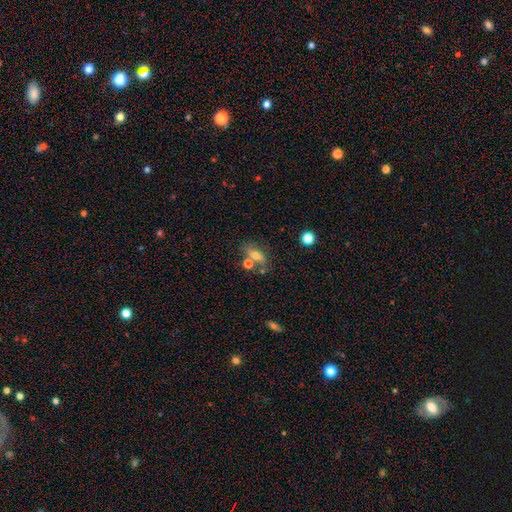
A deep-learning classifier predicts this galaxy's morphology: Smooth or featured? Predicted: smooth (p=0.59). How rounded? Predicted: in between (p=0.69). Merging? Predicted: none (p=0.53).